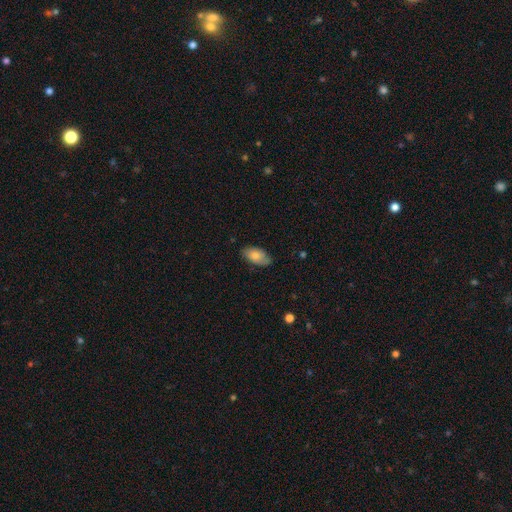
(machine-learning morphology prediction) Q: Smooth or featured?
A: smooth (75%); runner-up: featured or disk (19%)
Q: How rounded?
A: in between (94%); runner-up: cigar-shaped (3%)
Q: Merging?
A: none (78%); runner-up: minor disturbance (18%)